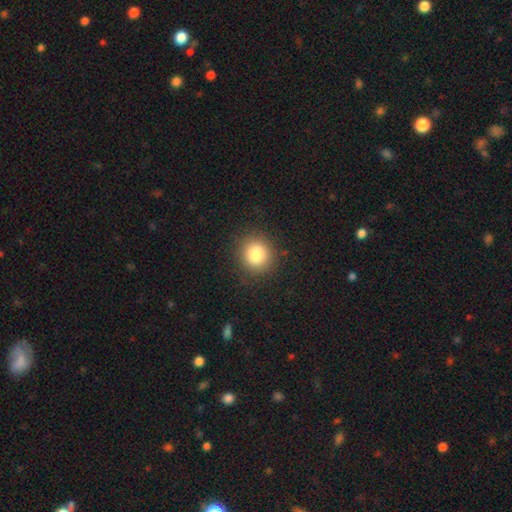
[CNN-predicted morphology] Smooth or featured: smooth — 83% (star or artifact — 10%)
How rounded: round — 84% (in between — 15%)
Merging: none — 88% (minor disturbance — 8%)